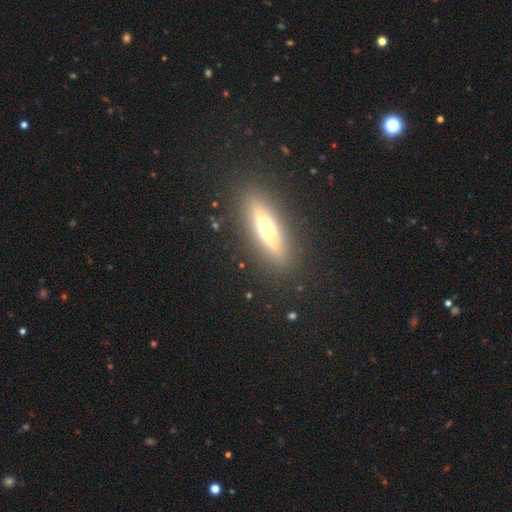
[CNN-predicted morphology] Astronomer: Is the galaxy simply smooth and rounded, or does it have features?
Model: smooth — 46% (runner-up: featured or disk, 41%).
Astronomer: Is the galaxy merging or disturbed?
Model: none — 87%.